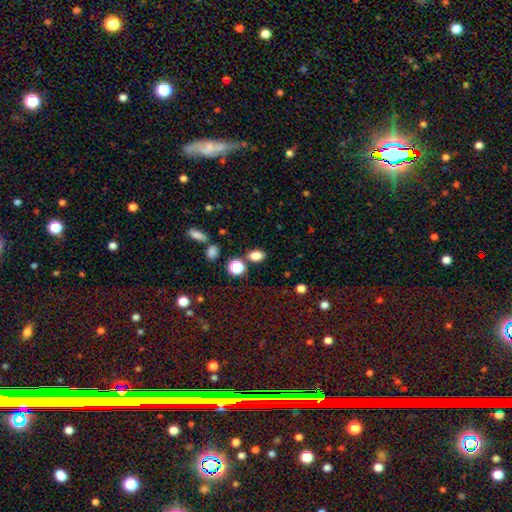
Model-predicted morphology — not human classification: Q: Smooth or featured?
A: smooth (80%); runner-up: star or artifact (14%)
Q: How rounded?
A: in between (72%); runner-up: round (26%)
Q: Merging?
A: none (78%); runner-up: minor disturbance (11%)